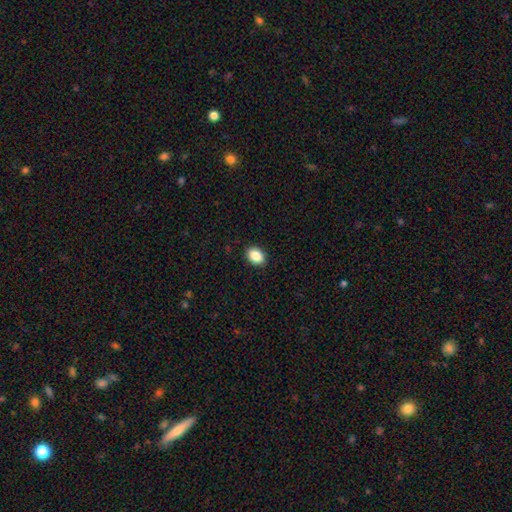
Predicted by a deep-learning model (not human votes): smooth 88%, star or artifact 8%, featured or disk 4%. Down the decision tree: how rounded — in between (78%); merging — none (90%).